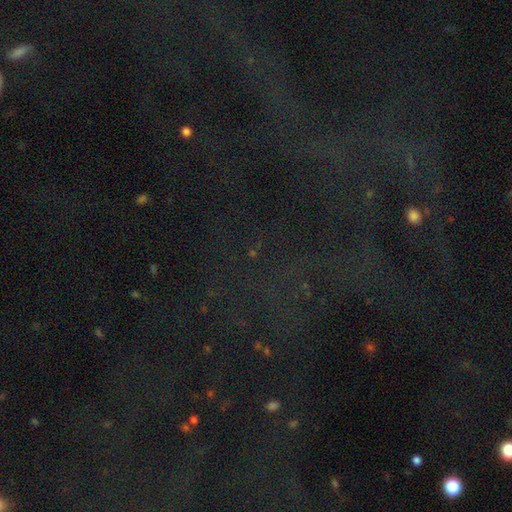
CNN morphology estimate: A star or artifact, not a galaxy (77%).

Vote fractions:
- Smooth or featured? star or artifact: 77% / smooth: 12% / featured or disk: 11%